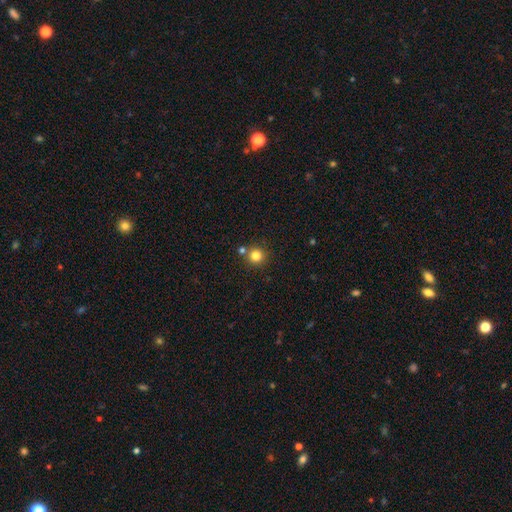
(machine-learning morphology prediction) smooth_or_featured: smooth (p=0.82) [alt: star or artifact p=0.13]
how_rounded: round (p=0.94) [alt: in between p=0.06]
merging: none (p=0.78) [alt: merger p=0.13]